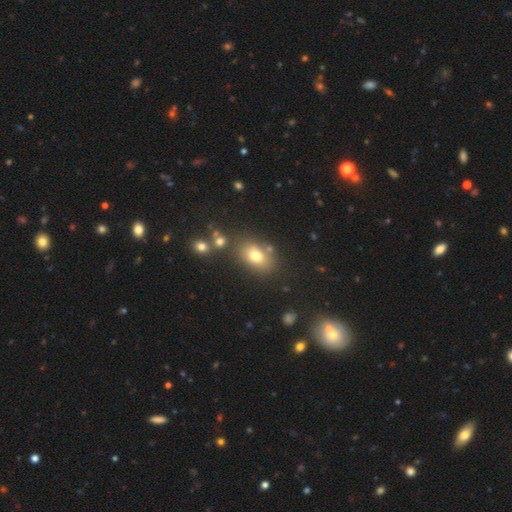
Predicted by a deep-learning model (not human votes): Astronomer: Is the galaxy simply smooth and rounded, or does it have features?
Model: smooth — 74%.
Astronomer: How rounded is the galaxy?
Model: in between — 78%.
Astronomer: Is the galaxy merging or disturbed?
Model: none — 72%.